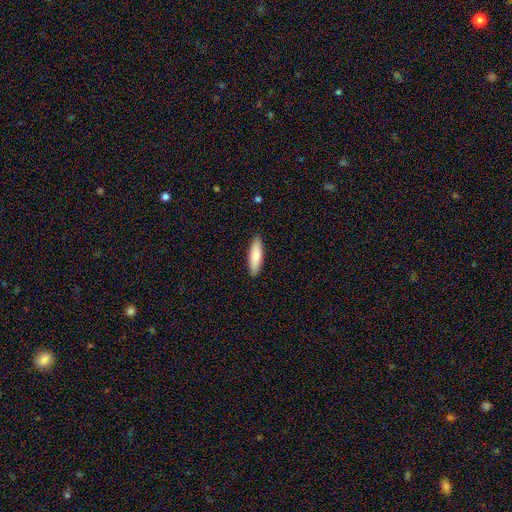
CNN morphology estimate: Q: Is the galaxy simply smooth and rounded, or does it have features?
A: smooth — 83%.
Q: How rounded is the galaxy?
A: cigar-shaped — 62%.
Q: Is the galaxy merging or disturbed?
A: none — 89%.